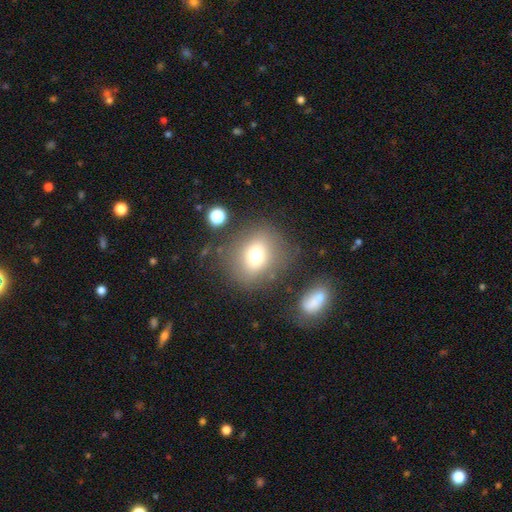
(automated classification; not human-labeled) smooth 70%, featured or disk 16%, star or artifact 13%. Down the decision tree: how rounded — round (64%); merging — none (74%).